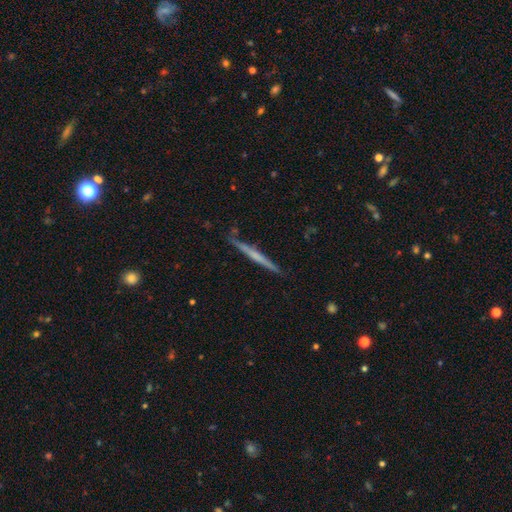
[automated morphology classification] smooth-or-featured: featured or disk: 59% | smooth: 35% | star or artifact: 6%
  disk-edge-on: yes: 98% | no: 2%
    edge-on-bulge: none: 67% | rounded: 22% | boxy: 11%
  merging: none: 86% | minor disturbance: 10% | major disturbance: 2% | merger: 2%